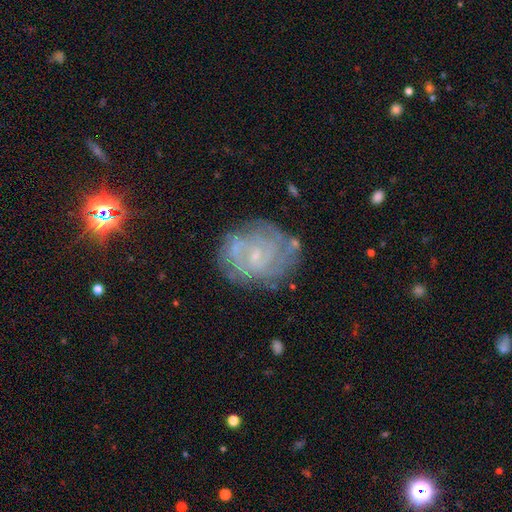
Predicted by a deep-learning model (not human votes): smooth-or-featured: featured or disk: 80% | smooth: 11% | star or artifact: 8%
  disk-edge-on: no: 98% | yes: 2%
    bar: no: 50% | weak: 42% | strong: 8%
    has-spiral-arms: yes: 92% | no: 8%
      spiral-winding: tight: 67% | medium: 27% | loose: 6%
      spiral-arm-count: can't tell: 35% | 2: 27% | 3: 17% | 4: 10% | more than 4: 6% | 1: 6%
    bulge-size: small: 74% | moderate: 15% | none: 9% | large: 1% | dominant: 1%
  merging: none: 73% | minor disturbance: 17% | major disturbance: 7% | merger: 2%